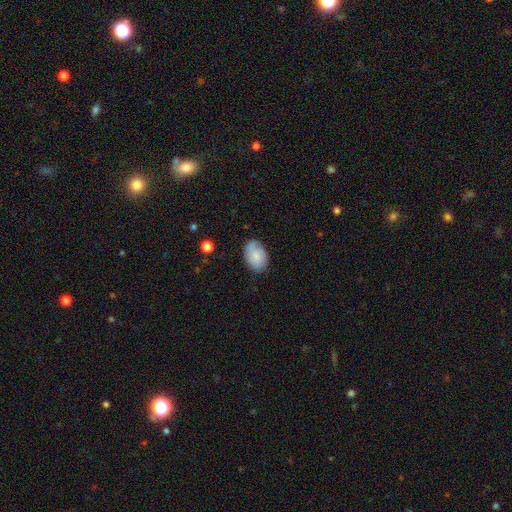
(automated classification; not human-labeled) This is likely a smooth galaxy (70%). How rounded: clearly in between (83%). Merging: likely none (69%).